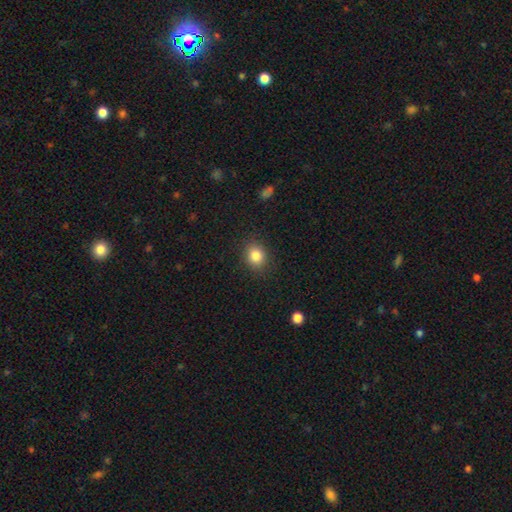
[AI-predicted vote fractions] smooth 83%, star or artifact 11%, featured or disk 6%. Down the decision tree: how rounded — round (69%); merging — none (88%).